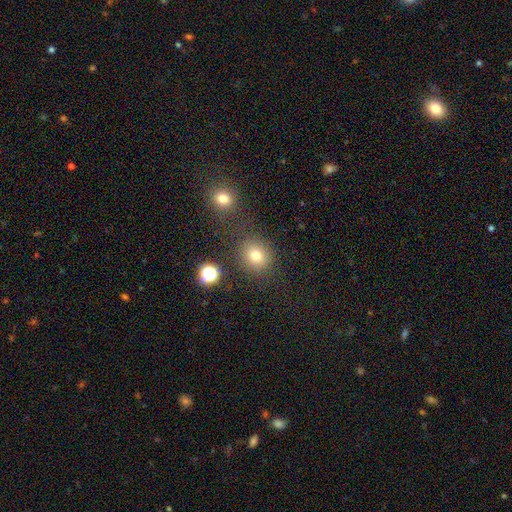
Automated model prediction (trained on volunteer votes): This is likely a smooth galaxy (77%). How rounded: likely round (78%). Merging: clearly none (81%).